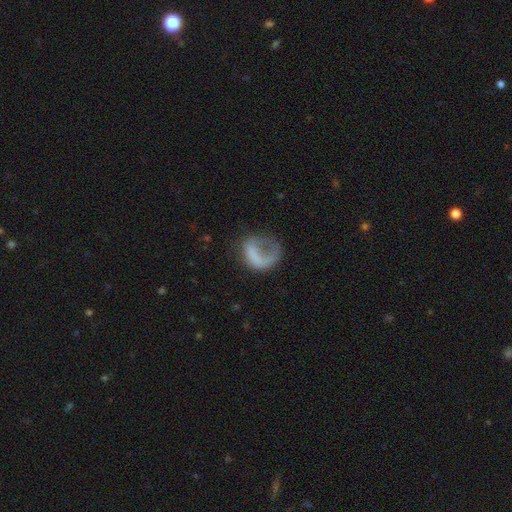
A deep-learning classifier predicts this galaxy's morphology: A smooth galaxy with no disk features (54%) that is round (62%). Merging: major disturbance (50%).